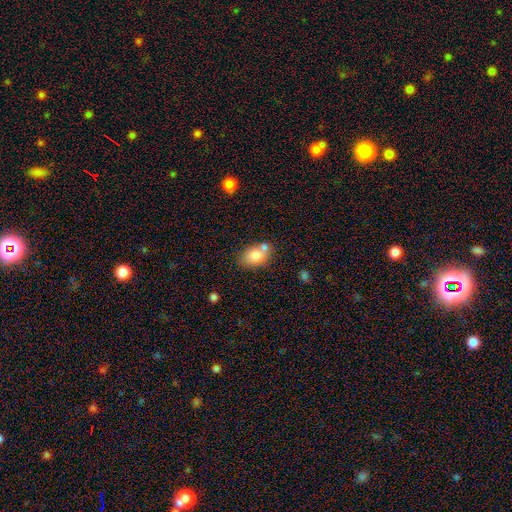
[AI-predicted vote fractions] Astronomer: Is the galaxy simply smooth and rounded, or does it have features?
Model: smooth — 77%.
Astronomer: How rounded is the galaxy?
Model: in between — 79%.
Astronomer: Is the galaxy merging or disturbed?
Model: none — 54%.